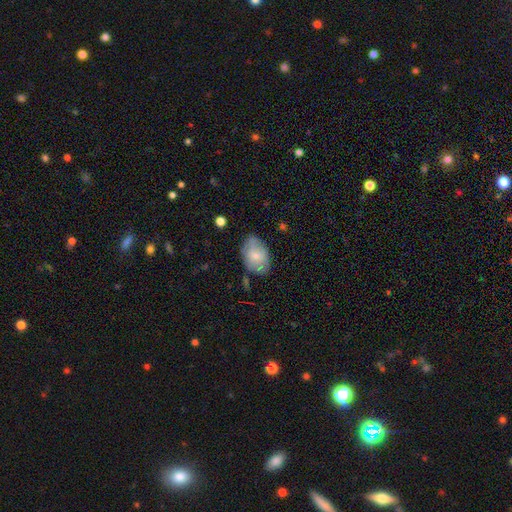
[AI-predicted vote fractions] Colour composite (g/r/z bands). It shows a smooth galaxy with no disk features (64%) that is in between round and cigar-shaped (85%). Merging: none (64%).